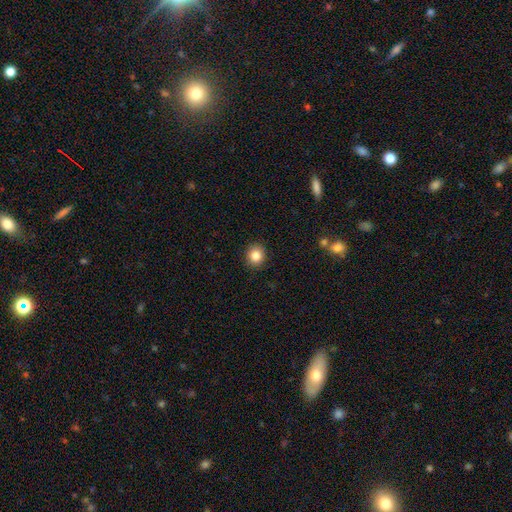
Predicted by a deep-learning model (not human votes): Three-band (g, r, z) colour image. It shows a smooth galaxy with no disk features (85%) that is round (83%). Merging: none (91%).